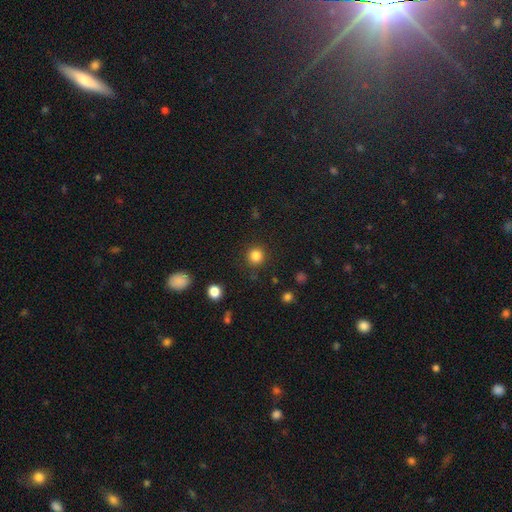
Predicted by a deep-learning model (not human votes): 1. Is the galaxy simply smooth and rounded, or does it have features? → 84% smooth, 12% star or artifact, 4% featured or disk.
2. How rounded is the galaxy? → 94% round, 5% in between, 1% cigar-shaped.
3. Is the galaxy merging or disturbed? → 89% none, 6% minor disturbance, 3% major disturbance, 2% merger.